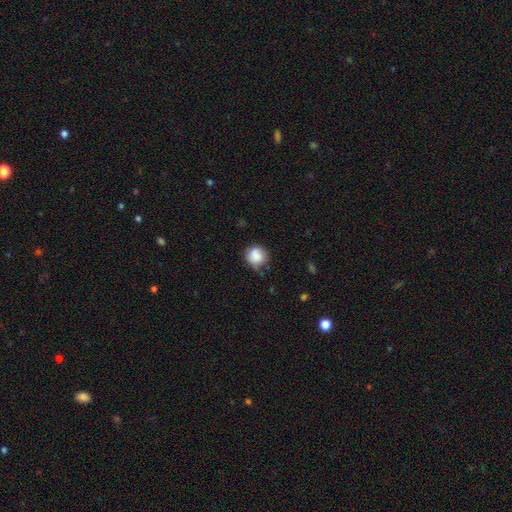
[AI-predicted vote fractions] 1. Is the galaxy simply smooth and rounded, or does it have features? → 85% smooth, 9% star or artifact, 6% featured or disk.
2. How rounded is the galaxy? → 88% round, 11% in between, 1% cigar-shaped.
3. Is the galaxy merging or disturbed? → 67% none, 24% minor disturbance, 5% major disturbance, 3% merger.